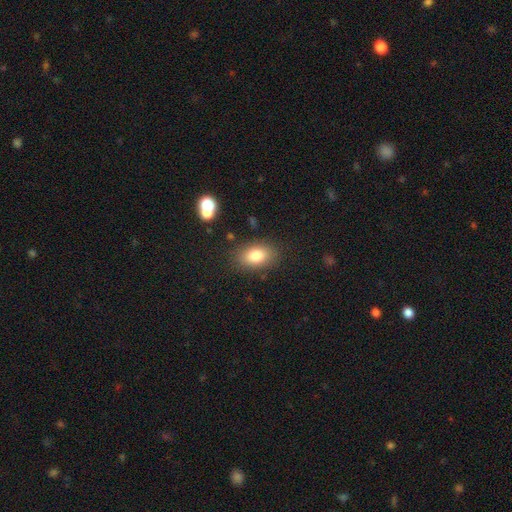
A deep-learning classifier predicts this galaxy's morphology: This appears to be a smooth galaxy with no disk features (81%) that is in between round and cigar-shaped (87%). Merging: none (83%).